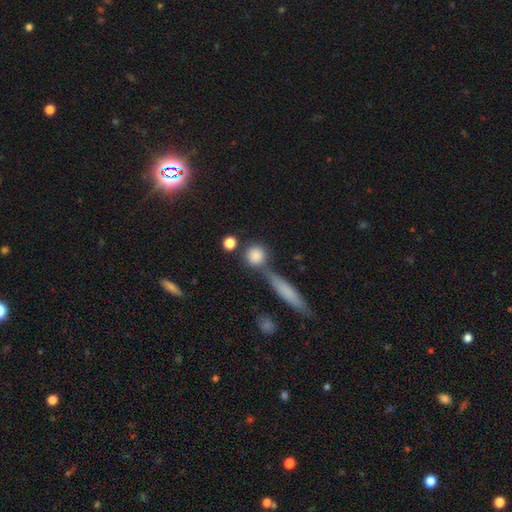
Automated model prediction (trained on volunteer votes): Smooth or featured: smooth — 84% (star or artifact — 8%)
How rounded: round — 85% (in between — 9%)
Merging: none — 67% (merger — 17%)